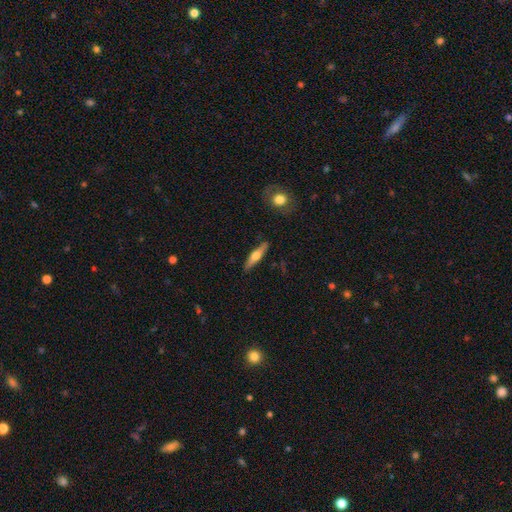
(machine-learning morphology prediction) featured or disk 53%, smooth 42%, star or artifact 6%. Down the decision tree: edge-on disk — yes (93%); merging — none (88%).